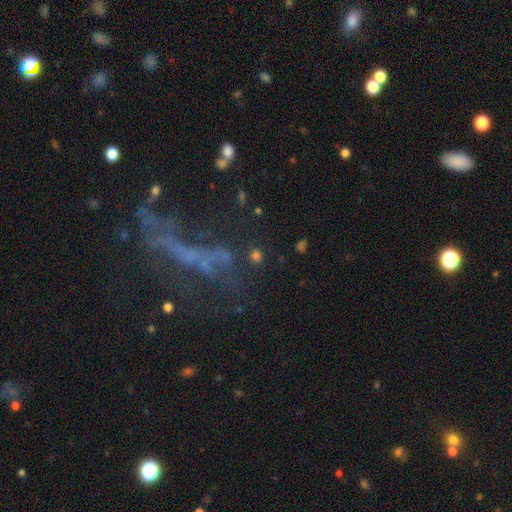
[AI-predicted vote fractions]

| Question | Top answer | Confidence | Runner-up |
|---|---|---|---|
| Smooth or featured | smooth | 43% | star or artifact (32%) |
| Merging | none | 59% | major disturbance (17%) |